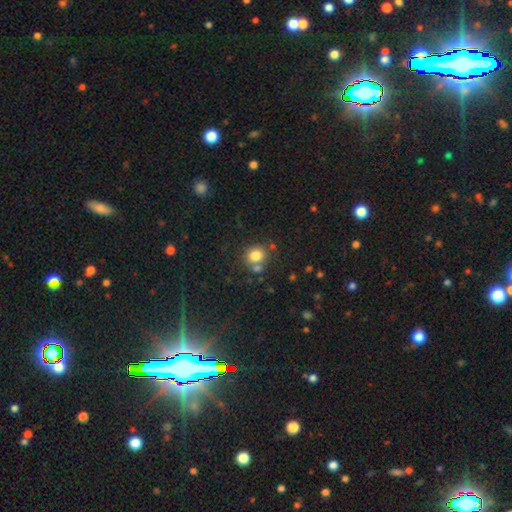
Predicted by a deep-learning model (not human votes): Smooth or featured: smooth — 80% (star or artifact — 12%)
How rounded: round — 77% (in between — 22%)
Merging: none — 65% (merger — 20%)